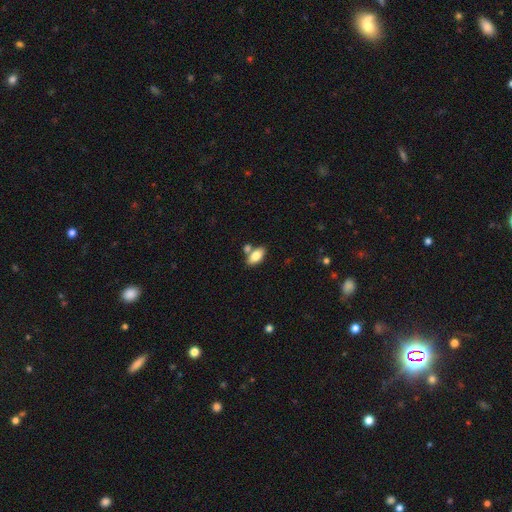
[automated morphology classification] A smooth galaxy with no disk features (80%) that is in between round and cigar-shaped (91%). Merging: none (64%).